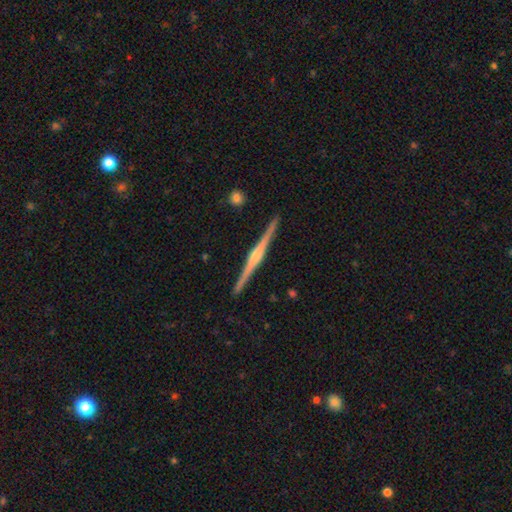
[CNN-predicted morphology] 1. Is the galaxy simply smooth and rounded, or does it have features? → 84% featured or disk, 11% smooth, 5% star or artifact.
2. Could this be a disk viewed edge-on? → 99% yes, 1% no.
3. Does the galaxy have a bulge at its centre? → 71% rounded, 20% boxy, 9% none.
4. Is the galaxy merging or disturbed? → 91% none, 7% minor disturbance, 1% major disturbance, 1% merger.